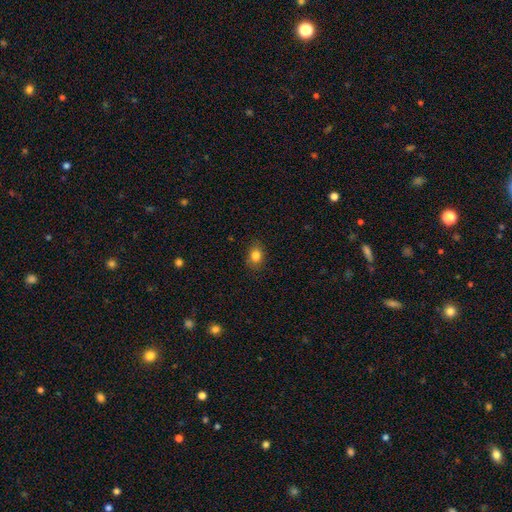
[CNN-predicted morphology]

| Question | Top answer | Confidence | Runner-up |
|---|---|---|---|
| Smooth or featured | smooth | 82% | star or artifact (11%) |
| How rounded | in between | 57% | round (41%) |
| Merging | none | 84% | minor disturbance (12%) |